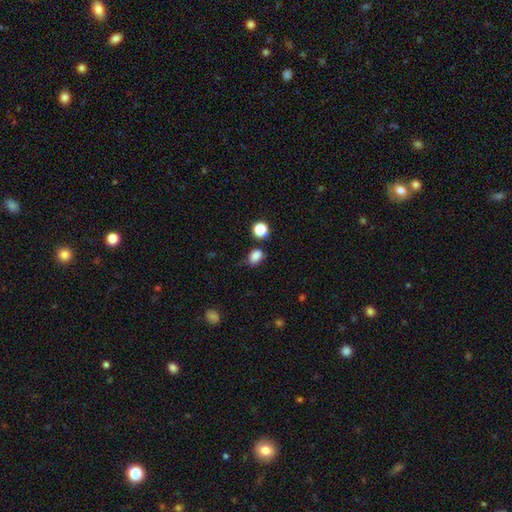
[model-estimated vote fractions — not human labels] smooth-or-featured: smooth: 83% | star or artifact: 12% | featured or disk: 5%
  how-rounded: in between: 65% | round: 34% | cigar-shaped: 1%
  merging: none: 61% | minor disturbance: 26% | major disturbance: 7% | merger: 6%